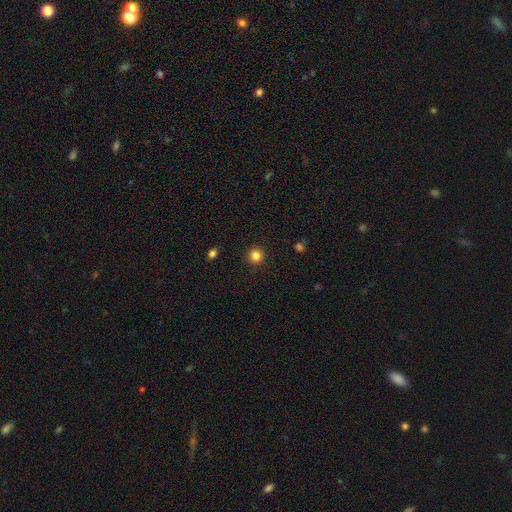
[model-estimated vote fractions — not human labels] A smooth galaxy with no disk features (84%) that is round (94%).

Vote fractions:
- Smooth or featured? smooth: 84% / star or artifact: 12% / featured or disk: 4%
- How rounded? round: 94% / in between: 5% / cigar-shaped: 1%
- Merging? none: 92% / minor disturbance: 5% / major disturbance: 2% / merger: 1%